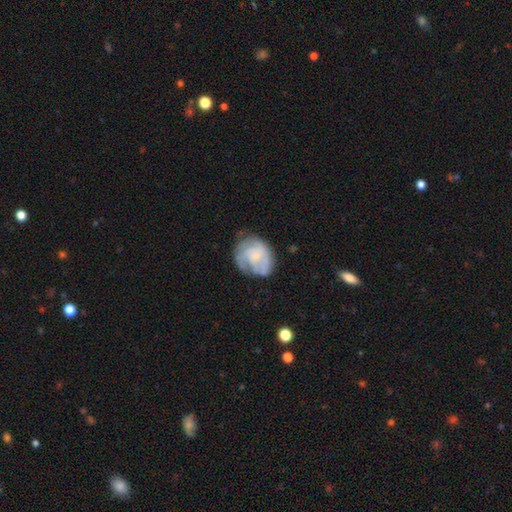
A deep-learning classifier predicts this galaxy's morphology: smooth-or-featured: featured or disk: 57% | smooth: 35% | star or artifact: 7%
  disk-edge-on: no: 98% | yes: 2%
    bar: no: 73% | weak: 23% | strong: 4%
    has-spiral-arms: yes: 74% | no: 26%
    bulge-size: small: 39% | none: 36% | moderate: 19% | large: 5% | dominant: 2%
  merging: none: 57% | minor disturbance: 26% | major disturbance: 15% | merger: 2%